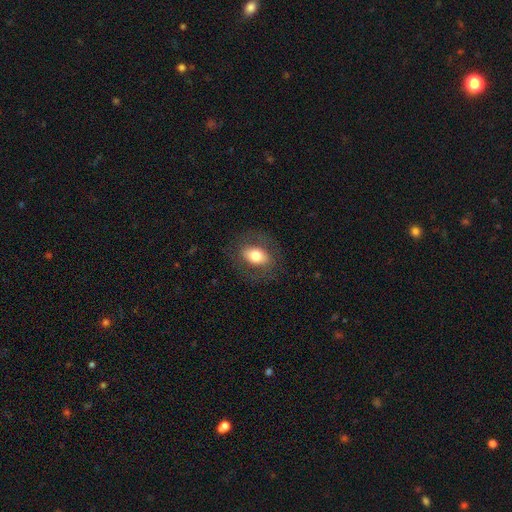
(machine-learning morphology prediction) Q: Smooth or featured?
A: smooth (68%); runner-up: featured or disk (24%)
Q: How rounded?
A: in between (80%); runner-up: round (18%)
Q: Merging?
A: none (79%); runner-up: minor disturbance (12%)